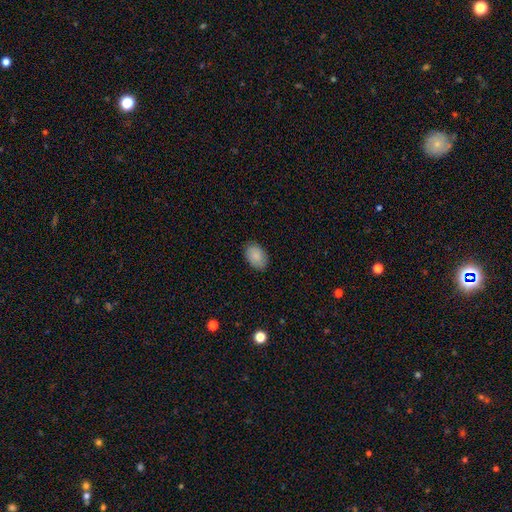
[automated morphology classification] smooth-or-featured: smooth: 87% | star or artifact: 7% | featured or disk: 6%
  how-rounded: in between: 86% | round: 13% | cigar-shaped: 1%
  merging: none: 85% | minor disturbance: 12% | major disturbance: 3% | merger: 1%